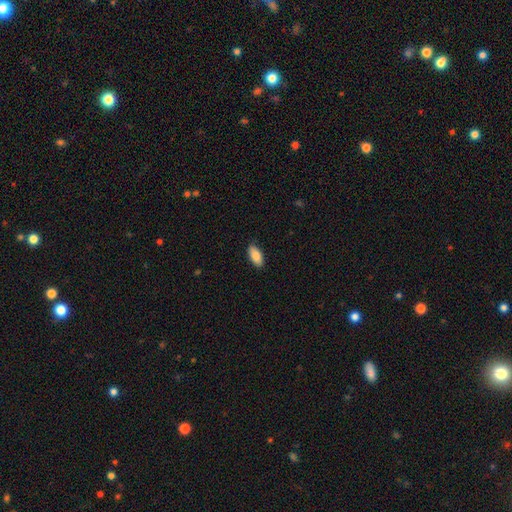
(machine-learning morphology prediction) Q: Smooth or featured?
A: smooth (84%); runner-up: featured or disk (10%)
Q: How rounded?
A: in between (89%); runner-up: cigar-shaped (8%)
Q: Merging?
A: none (88%); runner-up: minor disturbance (10%)